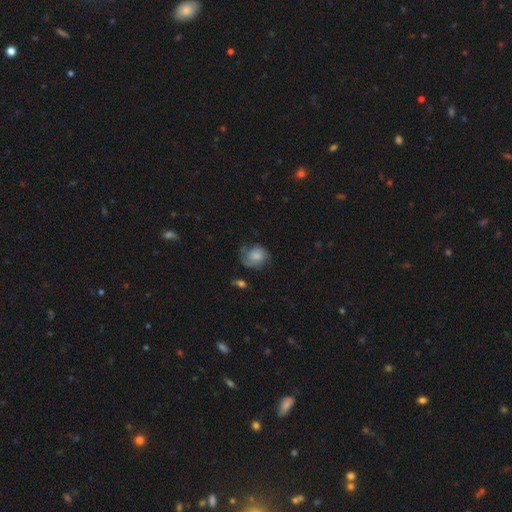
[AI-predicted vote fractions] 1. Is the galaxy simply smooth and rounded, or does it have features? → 52% smooth, 39% featured or disk, 8% star or artifact.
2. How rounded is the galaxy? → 62% round, 37% in between, 1% cigar-shaped.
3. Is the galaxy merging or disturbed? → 52% none, 28% minor disturbance, 18% major disturbance, 2% merger.